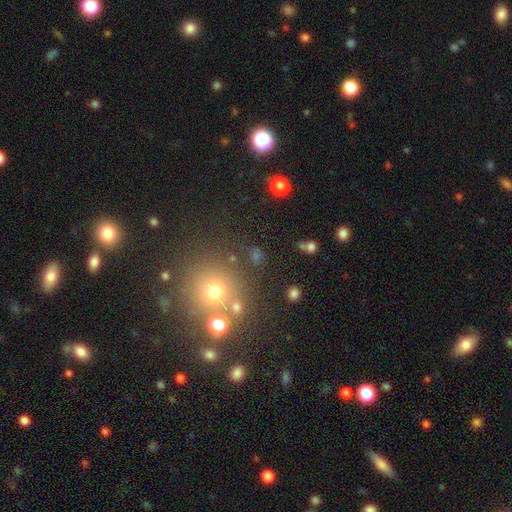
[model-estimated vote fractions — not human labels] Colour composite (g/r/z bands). It shows a smooth galaxy with no disk features (60%) that is round (81%). Merging: none (78%).